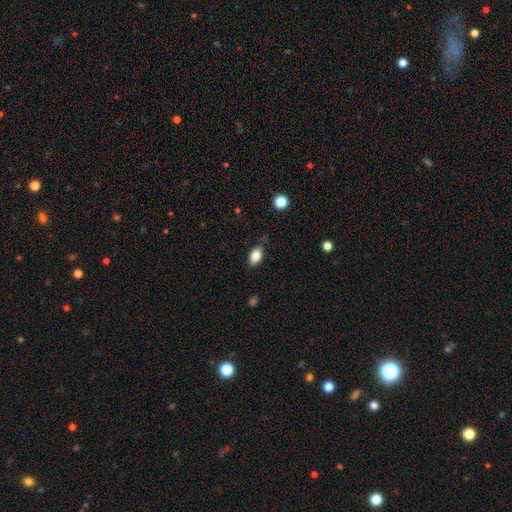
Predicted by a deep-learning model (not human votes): Smooth or featured?
  - smooth: 84% *
  - featured or disk: 8%
  - star or artifact: 8%
How rounded?
  - in between: 91% *
  - round: 6%
  - cigar-shaped: 3%
Merging?
  - none: 77% *
  - minor disturbance: 17%
  - major disturbance: 4%
  - merger: 2%